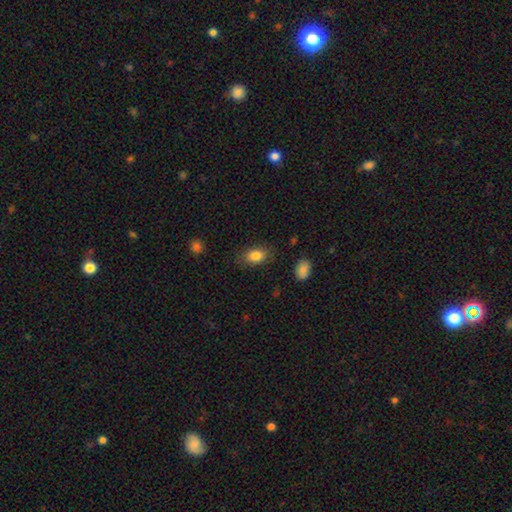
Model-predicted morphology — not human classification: Smooth or featured? smooth (84%)
How rounded? in between (85%)
Merging? none (81%)